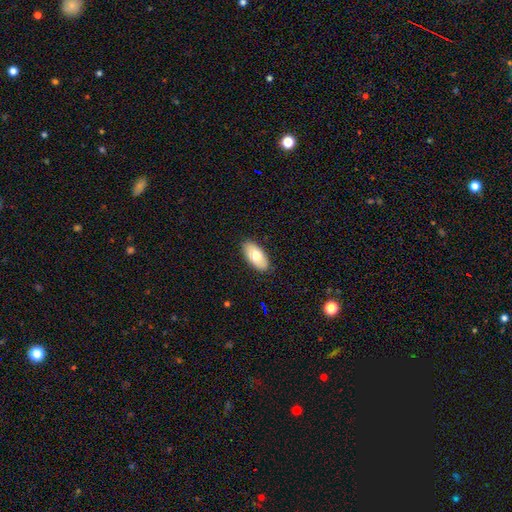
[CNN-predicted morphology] type=smooth (74%); roundness=in between (93%); merging=none (89%).